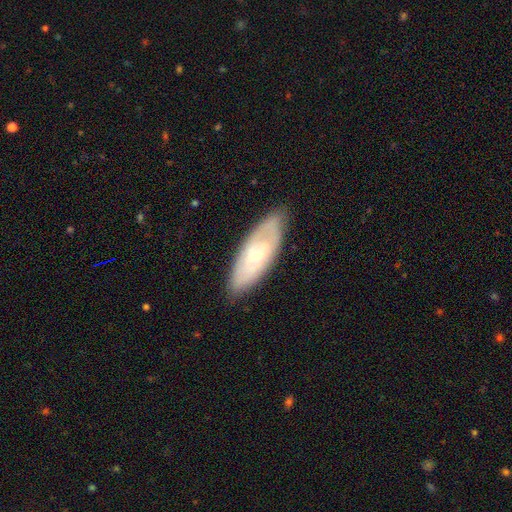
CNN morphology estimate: A featured or disk galaxy (52%). Merging: none (80%).